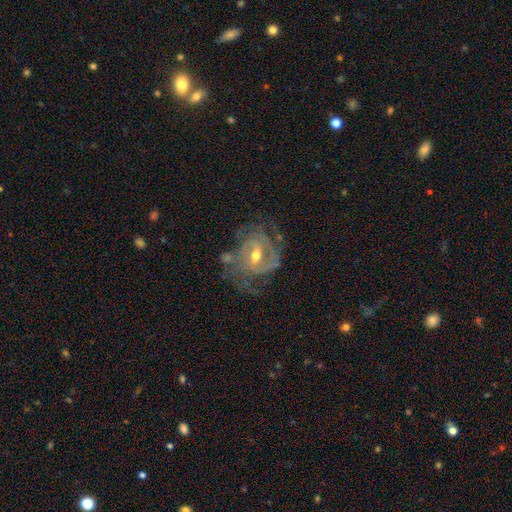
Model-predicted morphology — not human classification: Smooth or featured: featured or disk — 86% (smooth — 7%)
Edge-on disk: no — 97% (yes — 3%)
Bar: weak — 50% (no — 26%)
Spiral arms: yes — 92% (no — 8%)
Spiral winding: tight — 51% (medium — 37%)
Spiral arm count: 2 — 39% (can't tell — 27%)
Bulge size: moderate — 60% (small — 37%)
Merging: none — 59% (minor disturbance — 22%)